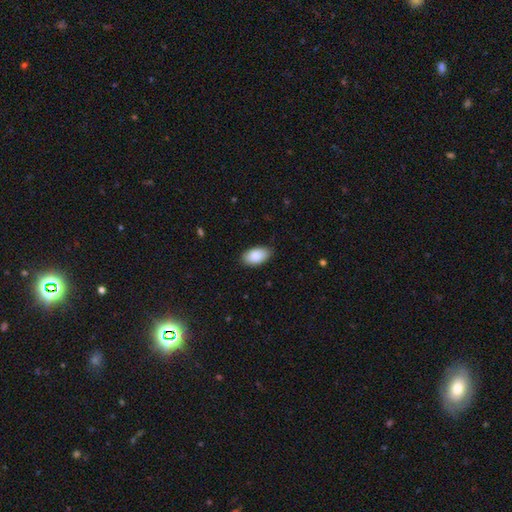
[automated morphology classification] Smooth or featured?
  - smooth: 89% *
  - star or artifact: 6%
  - featured or disk: 4%
How rounded?
  - in between: 95% *
  - round: 3%
  - cigar-shaped: 2%
Merging?
  - none: 85% *
  - minor disturbance: 12%
  - major disturbance: 2%
  - merger: 1%